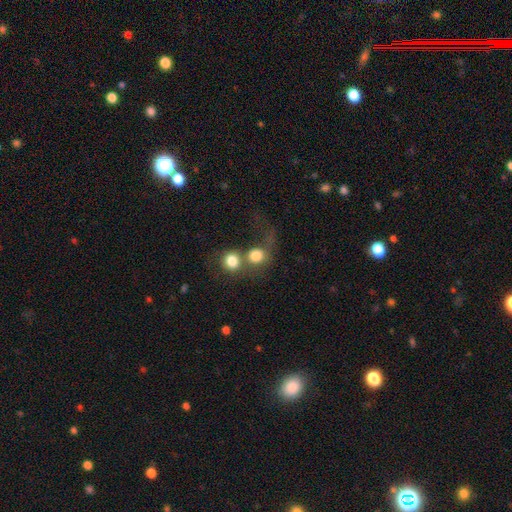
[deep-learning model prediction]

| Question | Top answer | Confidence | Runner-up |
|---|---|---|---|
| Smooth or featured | smooth | 76% | featured or disk (14%) |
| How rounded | round | 82% | in between (16%) |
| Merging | merger | 61% | none (22%) |